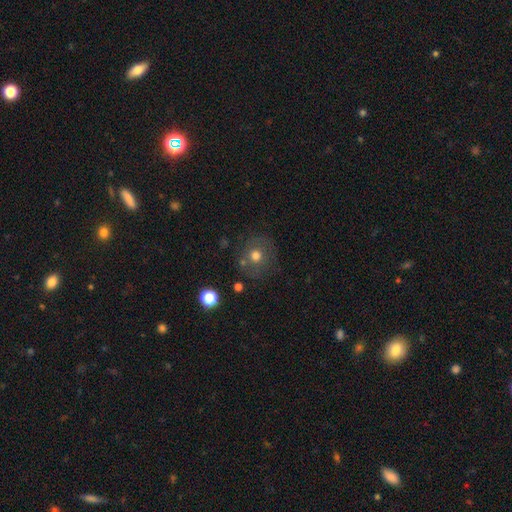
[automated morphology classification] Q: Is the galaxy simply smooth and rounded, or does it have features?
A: smooth — 67%.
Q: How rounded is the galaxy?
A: round — 89%.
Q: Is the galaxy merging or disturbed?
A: none — 77%.